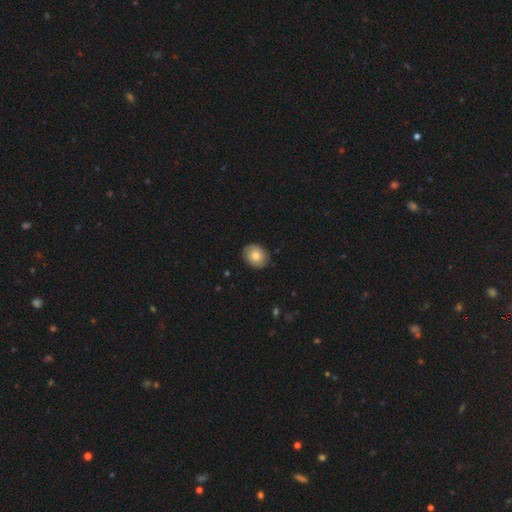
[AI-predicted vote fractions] A smooth galaxy with no disk features (74%) that is round (50%).

Vote fractions:
- Smooth or featured? smooth: 74% / featured or disk: 19% / star or artifact: 7%
- How rounded? round: 50% / in between: 49% / cigar-shaped: 1%
- Merging? none: 85% / minor disturbance: 12% / major disturbance: 2% / merger: 1%